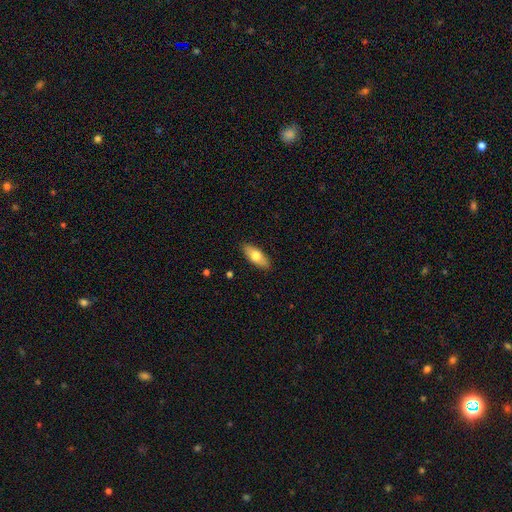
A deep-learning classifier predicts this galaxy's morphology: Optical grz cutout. It shows a smooth galaxy with no disk features (71%) that is in between round and cigar-shaped (80%). Merging: none (88%).